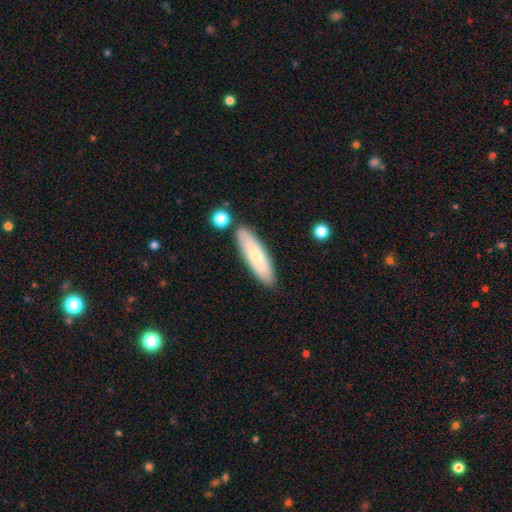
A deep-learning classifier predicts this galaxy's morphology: Overall: smooth (66%; featured or disk 28%). How rounded: cigar-shaped (62%; in between 36%). Merging: none (83%).